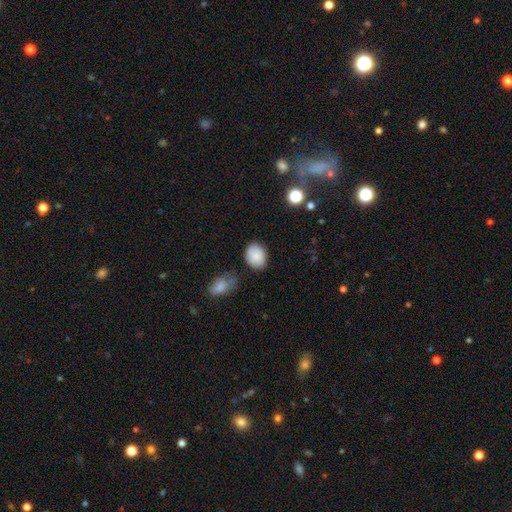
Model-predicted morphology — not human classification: Smooth or featured? smooth (84%)
How rounded? in between (58%)
Merging? none (70%)